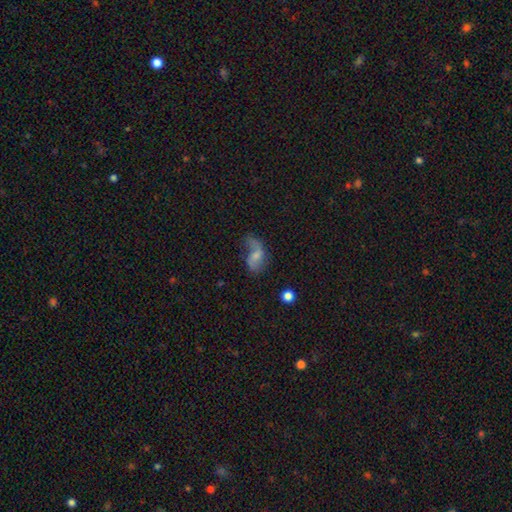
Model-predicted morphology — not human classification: This is likely a featured or disk galaxy (60%). It is clearly not viewed edge-on (97%). Bar: possibly no (49%). Spiral arm pattern: clearly yes (82%). Central bulge: marginally small (40%). Merging: marginally none (39%).